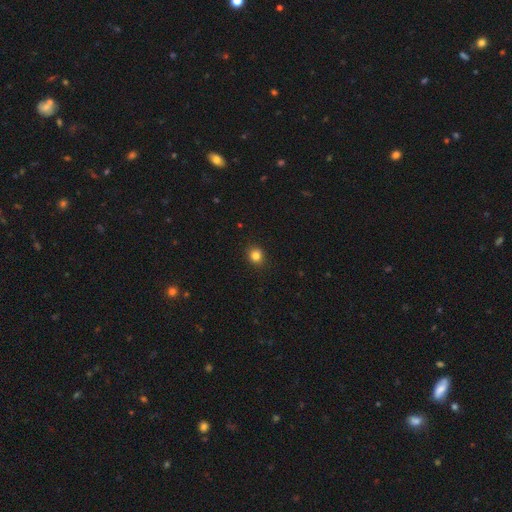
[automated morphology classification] type=smooth (83%); roundness=round (80%); merging=none (90%).